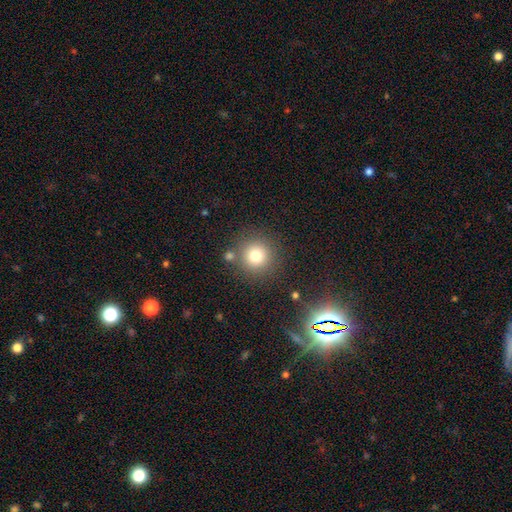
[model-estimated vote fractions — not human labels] Smooth or featured: smooth — 78% (star or artifact — 13%)
How rounded: round — 94% (in between — 5%)
Merging: none — 81% (minor disturbance — 8%)